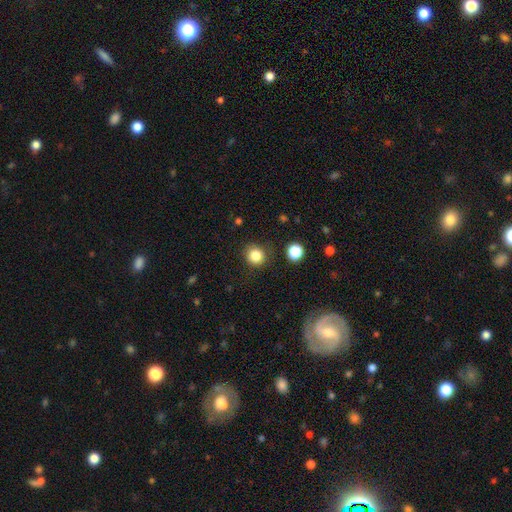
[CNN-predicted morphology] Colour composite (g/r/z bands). It shows a smooth galaxy with no disk features (84%) that is round (91%). Merging: none (86%).